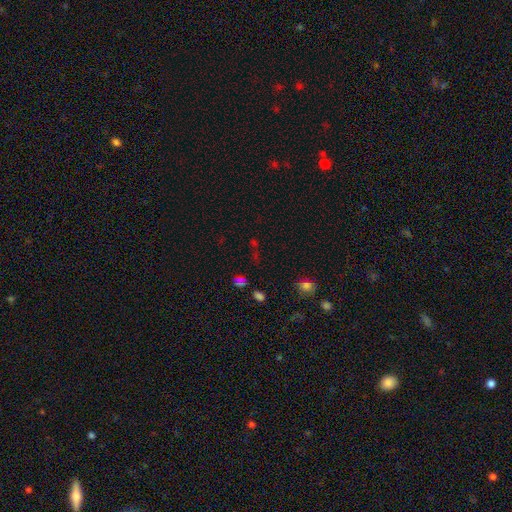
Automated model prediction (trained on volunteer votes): This is possibly a star or artifact rather than a galaxy (53%).